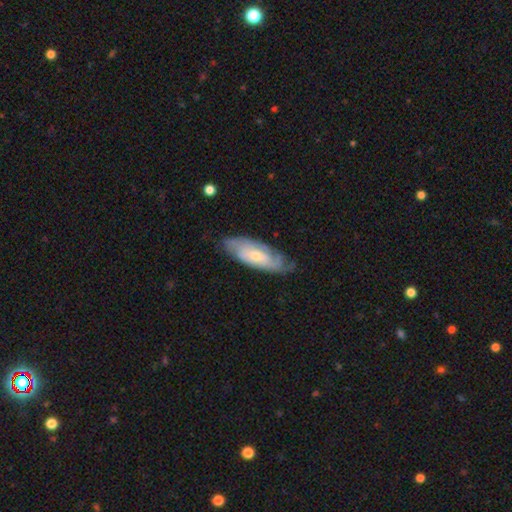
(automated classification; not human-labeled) featured or disk 65%, smooth 29%, star or artifact 6%. Down the decision tree: edge-on disk — no (82%); bar — no (67%); spiral arms — yes (85%); bulge size — small (49%); merging — none (71%).